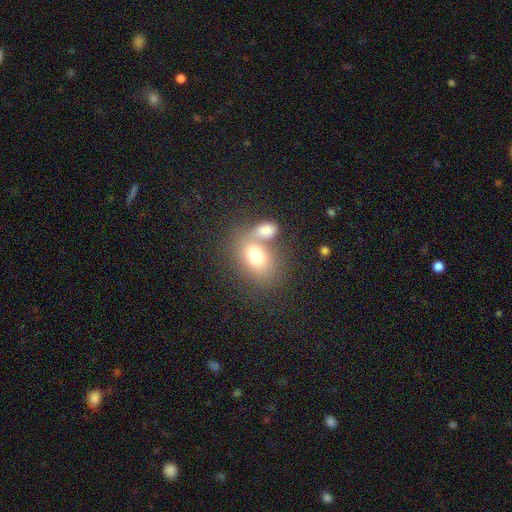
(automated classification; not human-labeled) A smooth galaxy with no disk features (72%) that is in between round and cigar-shaped (74%). Merging: merger (46%).